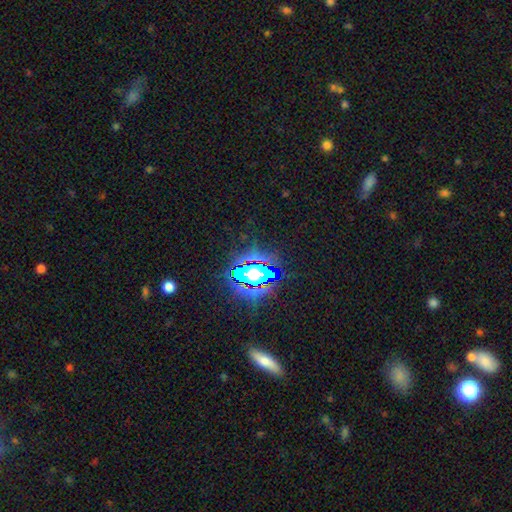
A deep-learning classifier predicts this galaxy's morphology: A star or artifact, not a galaxy (75%).